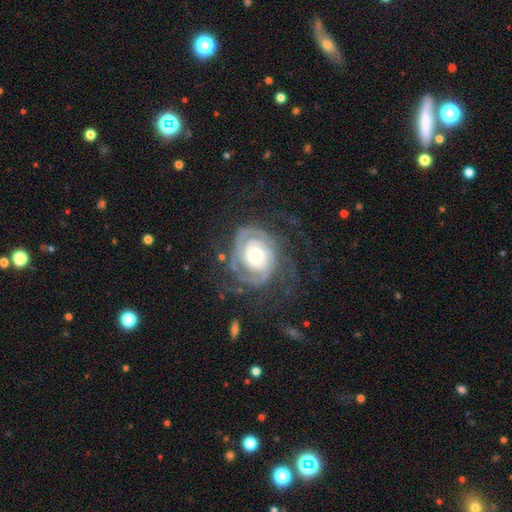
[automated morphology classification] The model was most divided on "spiral arm count": 2: 42%, can't tell: 20%, 3: 20%, 4: 7%, 1: 6%, more than 4: 5%. More confident: edge-on disk — no (98%); spiral arms — yes (97%); smooth or featured — featured or disk (89%); spiral winding — tight (74%); bar — no (66%); merging — none (64%); bulge size — moderate (62%).